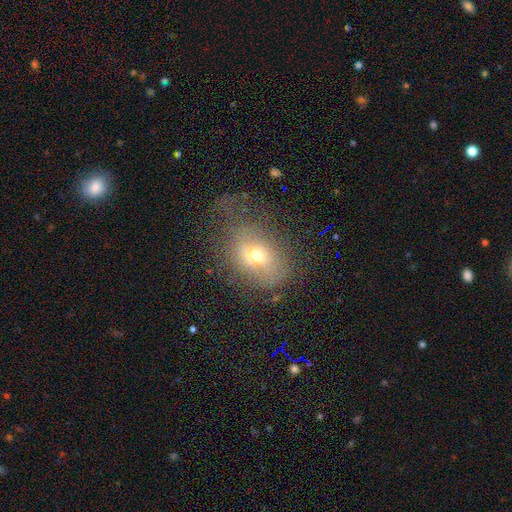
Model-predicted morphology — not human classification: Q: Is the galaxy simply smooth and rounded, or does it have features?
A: smooth — 57%.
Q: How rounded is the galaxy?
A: in between — 52%.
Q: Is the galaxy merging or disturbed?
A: none — 44%.